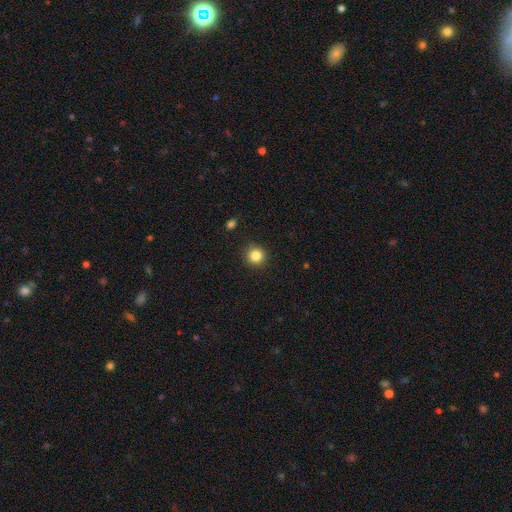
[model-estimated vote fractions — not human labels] smooth_or_featured: smooth (p=0.84) [alt: star or artifact p=0.11]
how_rounded: round (p=0.93) [alt: in between p=0.06]
merging: none (p=0.91) [alt: minor disturbance p=0.06]